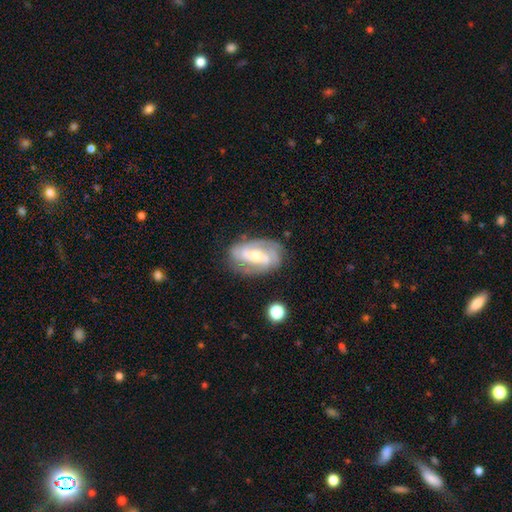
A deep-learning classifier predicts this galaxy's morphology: The model was most divided on "spiral winding": tight: 43%, medium: 42%, loose: 15%. Remaining: edge-on disk — no (96%); spiral arms — yes (95%); smooth or featured — featured or disk (85%); merging — none (76%); bulge size — moderate (56%); bar — weak (40%); spiral arm count — 2 (38%).